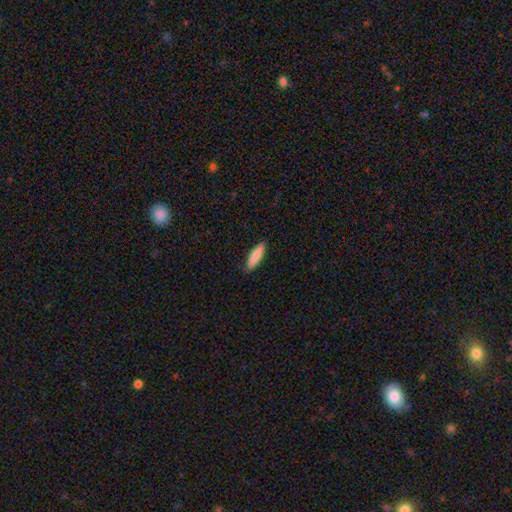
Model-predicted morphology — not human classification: smooth 84%, featured or disk 11%, star or artifact 5%. Down the decision tree: how rounded — cigar-shaped (74%); merging — none (87%).